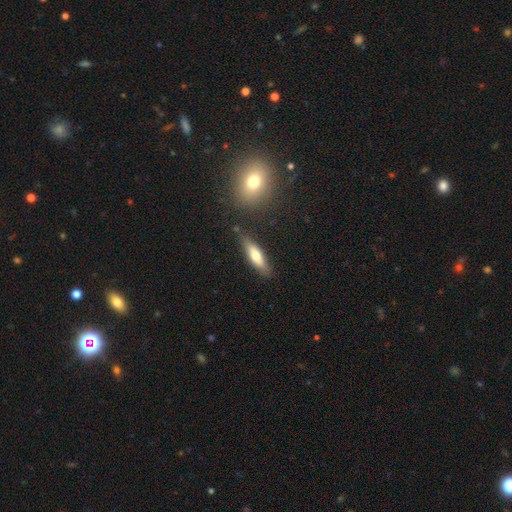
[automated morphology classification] Q: Smooth or featured?
A: smooth (64%); runner-up: featured or disk (29%)
Q: How rounded?
A: cigar-shaped (63%); runner-up: in between (35%)
Q: Merging?
A: none (81%); runner-up: minor disturbance (13%)